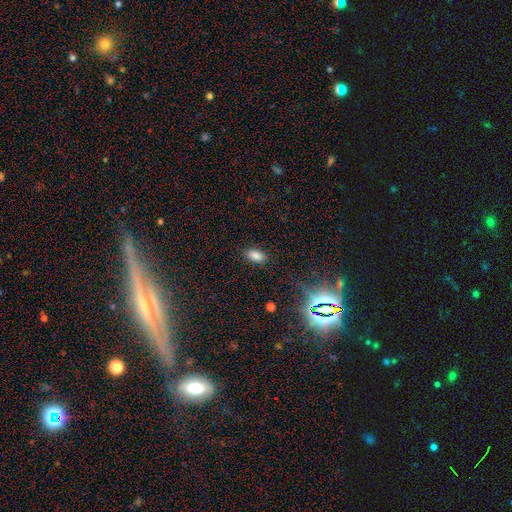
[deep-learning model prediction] This appears to be a smooth galaxy with no disk features (80%) that is in between round and cigar-shaped (91%). Merging: none (86%).